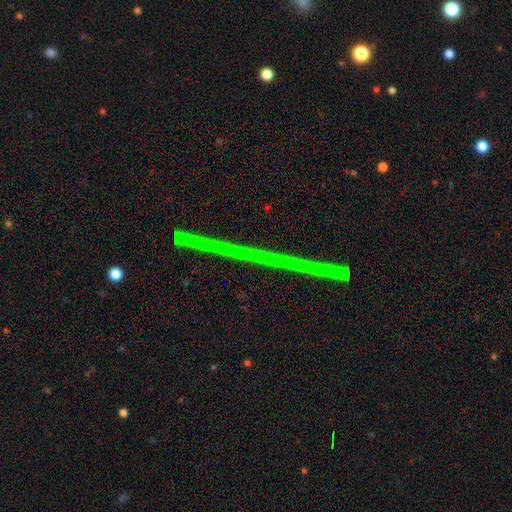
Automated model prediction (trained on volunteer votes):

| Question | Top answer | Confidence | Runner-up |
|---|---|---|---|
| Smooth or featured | star or artifact | 66% | featured or disk (23%) |